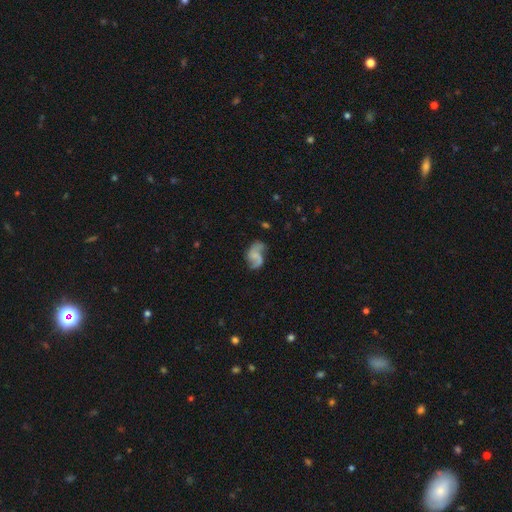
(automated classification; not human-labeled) The model was most divided on "bar": no: 57%, weak: 34%, strong: 9%. More confident: edge-on disk — no (98%); spiral arms — yes (92%); spiral arm count — 2 (87%); smooth or featured — featured or disk (72%); spiral winding — loose (62%); merging — none (58%); bulge size — none (58%).